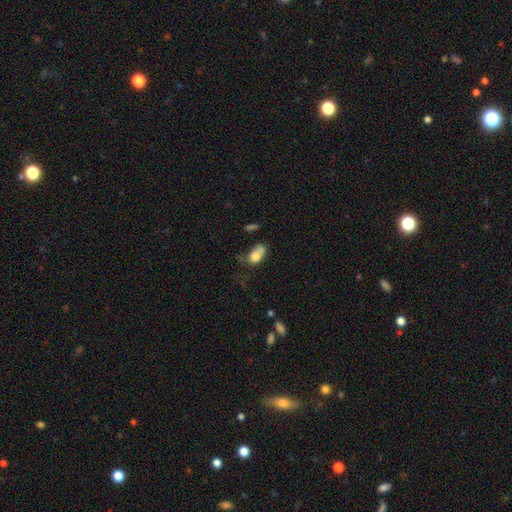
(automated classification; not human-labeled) Q: Smooth or featured?
A: smooth (76%); runner-up: featured or disk (15%)
Q: How rounded?
A: in between (83%); runner-up: round (14%)
Q: Merging?
A: minor disturbance (31%); runner-up: none (29%)